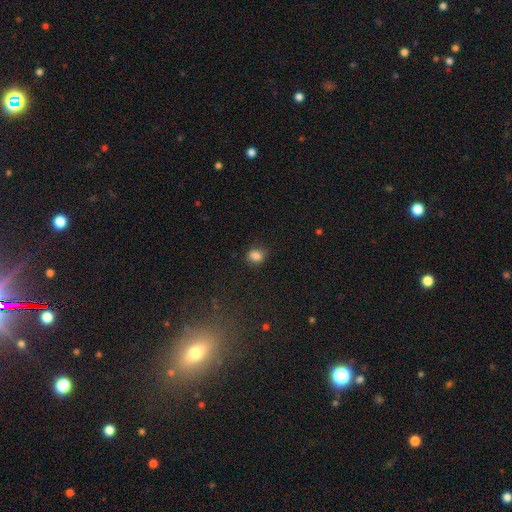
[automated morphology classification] Smooth or featured?
  - smooth: 84% *
  - star or artifact: 12%
  - featured or disk: 5%
How rounded?
  - round: 60% *
  - in between: 39%
  - cigar-shaped: 1%
Merging?
  - none: 78% *
  - minor disturbance: 16%
  - major disturbance: 4%
  - merger: 2%